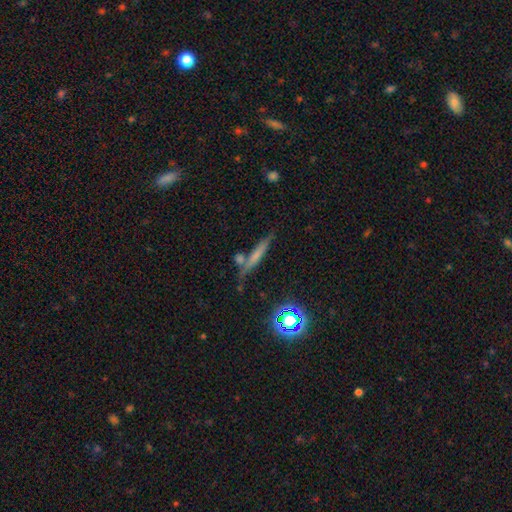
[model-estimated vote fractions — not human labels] The model was most divided on "smooth or featured": smooth: 51%, featured or disk: 34%, star or artifact: 15%. More confident: how rounded — cigar-shaped (88%); merging — none (70%).